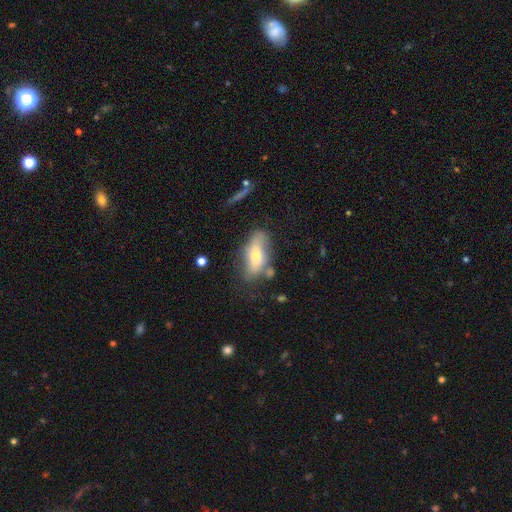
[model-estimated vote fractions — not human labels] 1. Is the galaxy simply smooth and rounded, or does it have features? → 57% smooth, 36% featured or disk, 8% star or artifact.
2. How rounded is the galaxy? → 81% in between, 14% cigar-shaped, 5% round.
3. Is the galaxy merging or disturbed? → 61% none, 22% minor disturbance, 10% major disturbance, 7% merger.